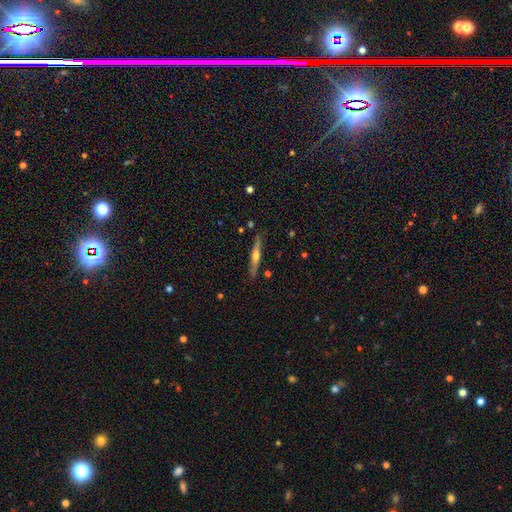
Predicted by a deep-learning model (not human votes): The model was most divided on "smooth or featured": featured or disk: 64%, smooth: 30%, star or artifact: 6%. More confident: edge-on disk — yes (96%); merging — none (87%); edge-on bulge — rounded (86%).